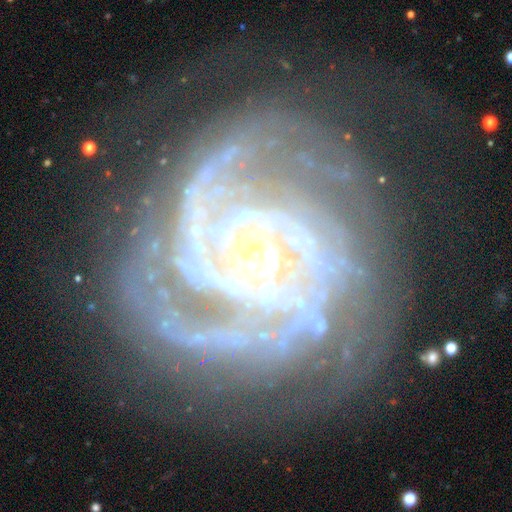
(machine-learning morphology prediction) Smooth or featured?
  - featured or disk: 90% *
  - star or artifact: 6%
  - smooth: 4%
Edge-on disk?
  - no: 98% *
  - yes: 2%
Bar?
  - no: 67% *
  - weak: 22%
  - strong: 11%
Spiral arms?
  - yes: 98% *
  - no: 2%
Spiral winding?
  - tight: 69% *
  - medium: 27%
  - loose: 4%
Spiral arm count?
  - 3: 25% *
  - 2: 20%
  - can't tell: 19%
  - 4: 17%
  - more than 4: 11%
  - 1: 8%
Bulge size?
  - small: 73% *
  - moderate: 21%
  - none: 2%
  - large: 2%
  - dominant: 1%
Merging?
  - none: 69% *
  - minor disturbance: 18%
  - major disturbance: 11%
  - merger: 2%